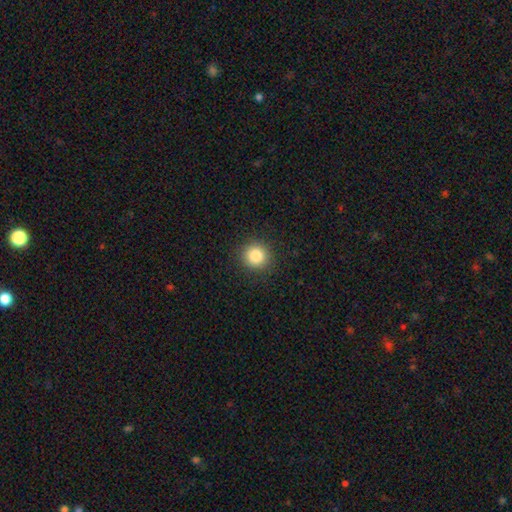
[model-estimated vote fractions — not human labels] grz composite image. It shows a smooth galaxy with no disk features (84%) that is round (93%). Merging: none (91%).